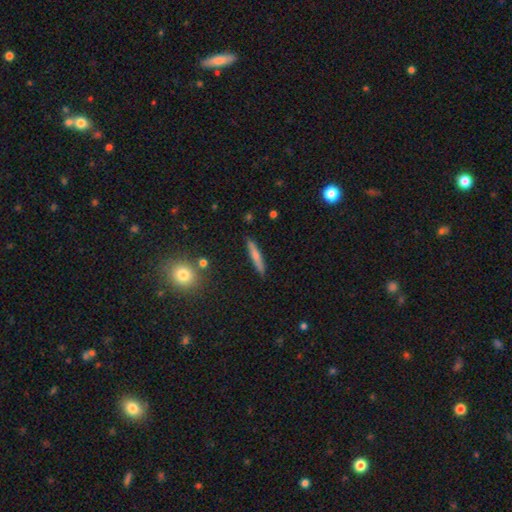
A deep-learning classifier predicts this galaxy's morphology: Smooth or featured: smooth — 64% (featured or disk — 29%)
How rounded: cigar-shaped — 91% (in between — 7%)
Merging: none — 87% (minor disturbance — 9%)